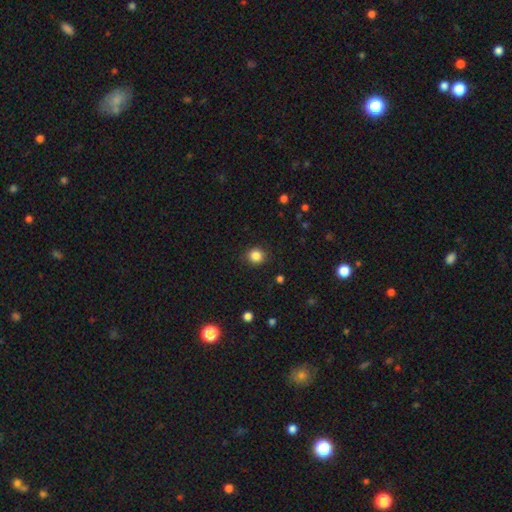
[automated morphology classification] This appears to be a smooth galaxy with no disk features (85%) that is round (89%). Merging: none (89%).